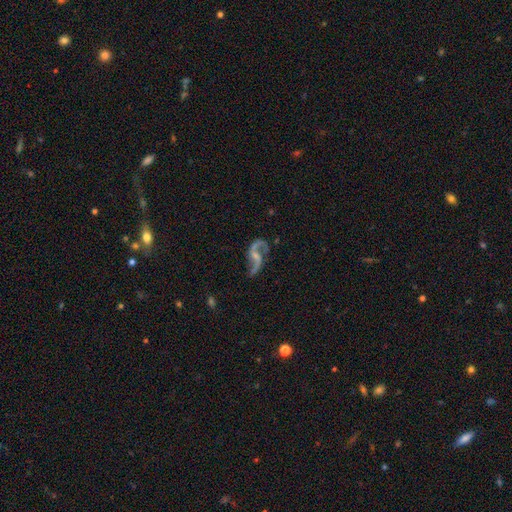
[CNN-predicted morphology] smooth-or-featured: featured or disk: 89% | star or artifact: 6% | smooth: 6%
  disk-edge-on: no: 97% | yes: 3%
    bar: weak: 43% | no: 42% | strong: 15%
    has-spiral-arms: yes: 95% | no: 5%
      spiral-winding: loose: 82% | medium: 15% | tight: 3%
      spiral-arm-count: 2: 92% | 1: 4% | can't tell: 2% | 3: 1% | 4: 1% | more than 4: 1%
    bulge-size: small: 51% | none: 26% | moderate: 20% | large: 2% | dominant: 1%
  merging: none: 61% | minor disturbance: 17% | major disturbance: 17% | merger: 4%